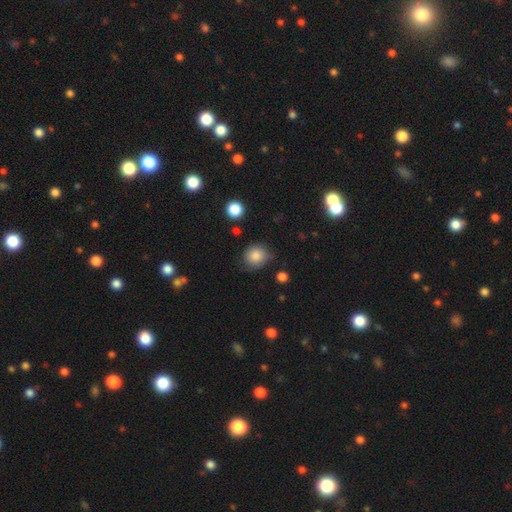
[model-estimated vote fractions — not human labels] Smooth or featured?
  - smooth: 84% *
  - star or artifact: 9%
  - featured or disk: 6%
How rounded?
  - round: 78% *
  - in between: 21%
  - cigar-shaped: 1%
Merging?
  - none: 72% *
  - minor disturbance: 21%
  - major disturbance: 5%
  - merger: 2%